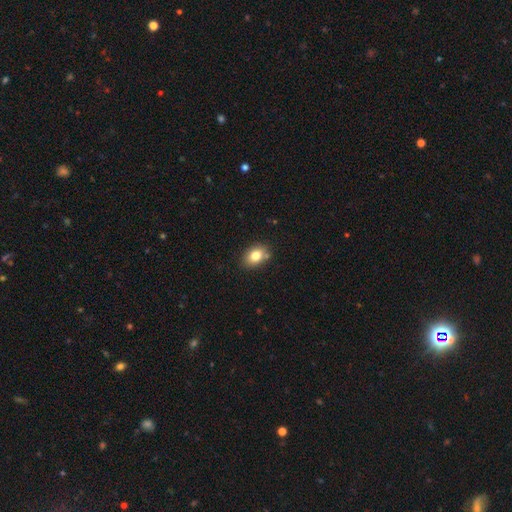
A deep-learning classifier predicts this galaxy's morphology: smooth_or_featured: smooth (p=0.80) [alt: featured or disk p=0.10]
how_rounded: in between (p=0.73) [alt: round p=0.26]
merging: none (p=0.80) [alt: minor disturbance p=0.12]